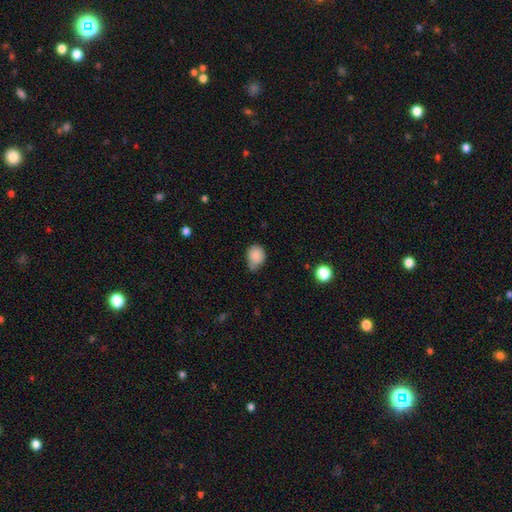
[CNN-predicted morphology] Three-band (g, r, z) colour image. It shows a smooth galaxy with no disk features (85%) that is round (54%). Merging: none (44%).